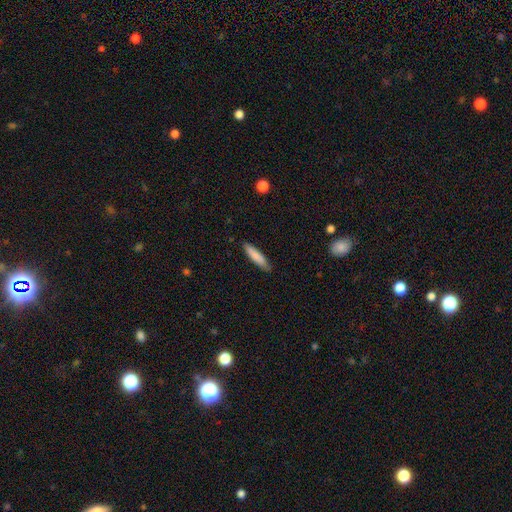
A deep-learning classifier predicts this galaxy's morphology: smooth_or_featured: smooth (p=0.84) [alt: featured or disk p=0.11]
how_rounded: cigar-shaped (p=0.78) [alt: in between p=0.20]
merging: none (p=0.85) [alt: minor disturbance p=0.12]